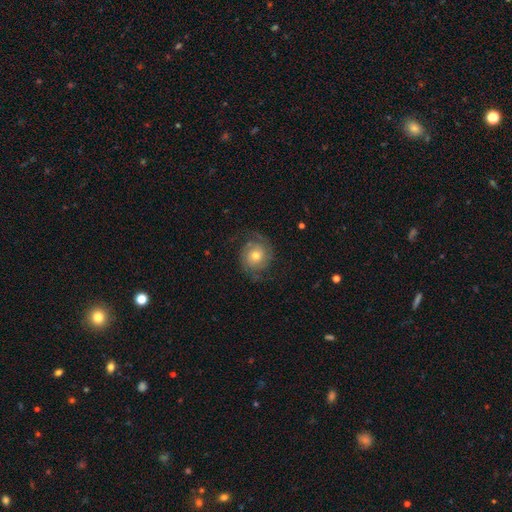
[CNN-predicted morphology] A featured or disk galaxy (70%) with no bar (79%), 2 (78%) medium (39%) spiral arms (92%) and a moderate central bulge (63%). Merging: none (71%).